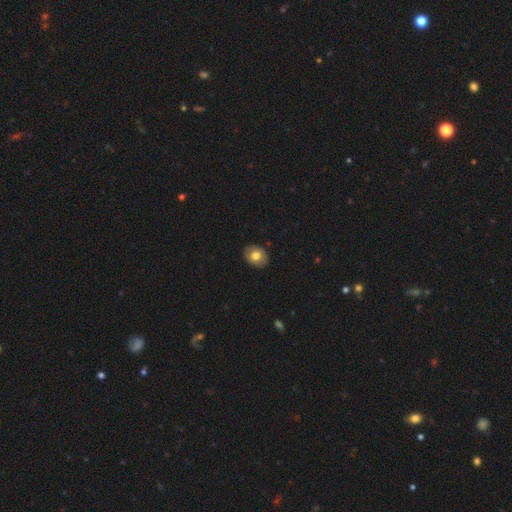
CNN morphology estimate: Overall: smooth (72%). How rounded: in between (53%; round 46%). Merging: none (88%).